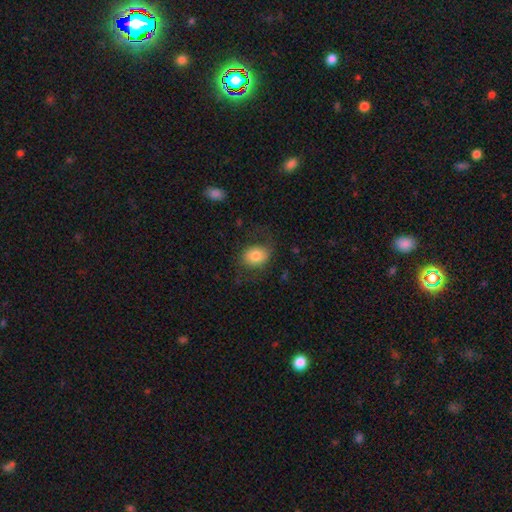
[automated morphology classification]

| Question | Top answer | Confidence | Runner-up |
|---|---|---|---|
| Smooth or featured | smooth | 74% | featured or disk (18%) |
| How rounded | in between | 51% | round (48%) |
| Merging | none | 68% | minor disturbance (18%) |